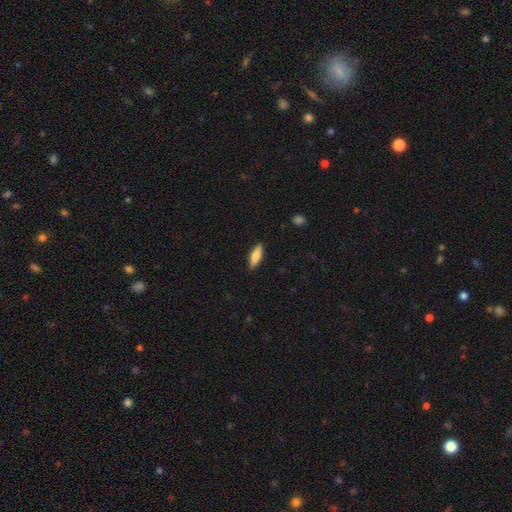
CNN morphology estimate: Smooth or featured? smooth (78%)
How rounded? in between (49%, tied with cigar-shaped)
Merging? none (89%)